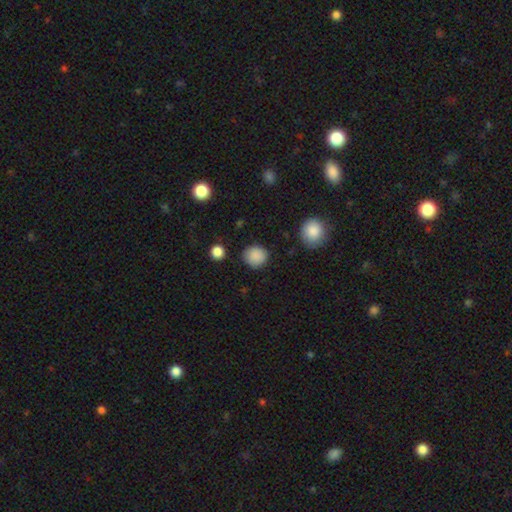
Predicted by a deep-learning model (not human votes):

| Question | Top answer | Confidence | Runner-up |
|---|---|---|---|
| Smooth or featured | smooth | 88% | star or artifact (9%) |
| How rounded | round | 88% | in between (11%) |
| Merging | none | 86% | minor disturbance (10%) |